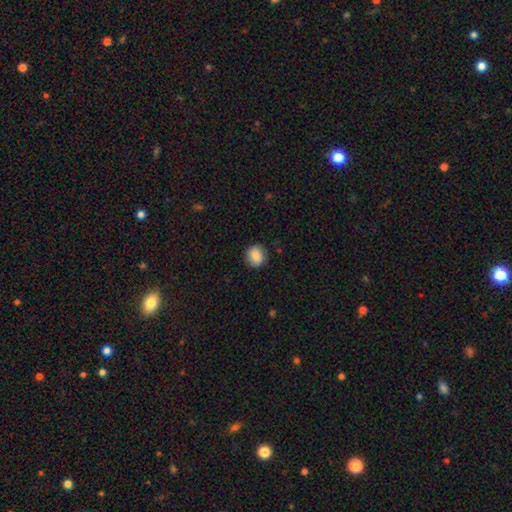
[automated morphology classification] type=smooth (86%); roundness=round (84%); merging=none (88%).